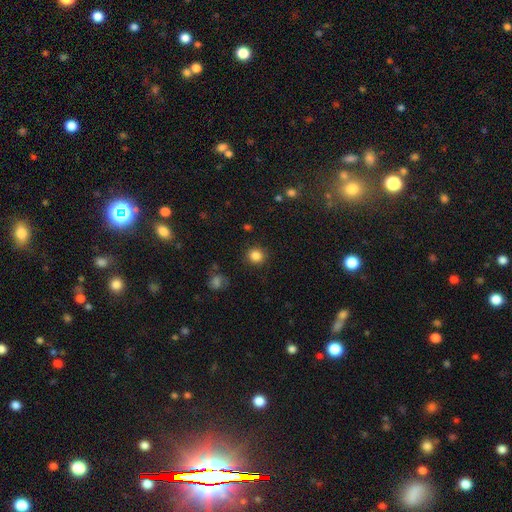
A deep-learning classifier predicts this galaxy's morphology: smooth-or-featured: smooth: 85% | star or artifact: 11% | featured or disk: 4%
  how-rounded: round: 86% | in between: 13% | cigar-shaped: 1%
  merging: none: 88% | minor disturbance: 7% | major disturbance: 3% | merger: 1%